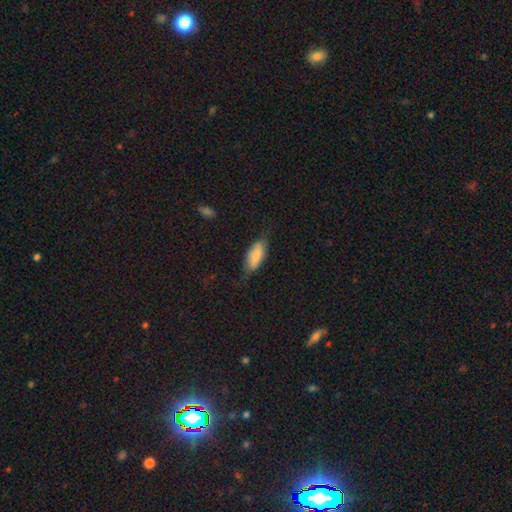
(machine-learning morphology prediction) A smooth galaxy with no disk features (73%) that is in between round and cigar-shaped (81%). Merging: none (62%).